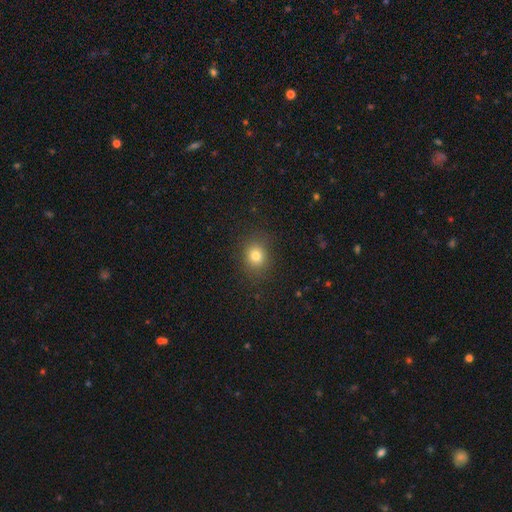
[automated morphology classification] This is likely a smooth galaxy (79%). How rounded: likely round (71%). Merging: clearly none (86%).